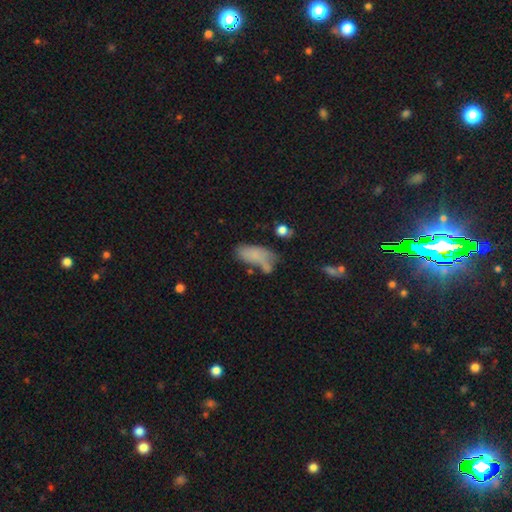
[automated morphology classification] Smooth or featured? Predicted: smooth (p=0.69). How rounded? Predicted: in between (p=0.84). Merging? Predicted: none (p=0.35).